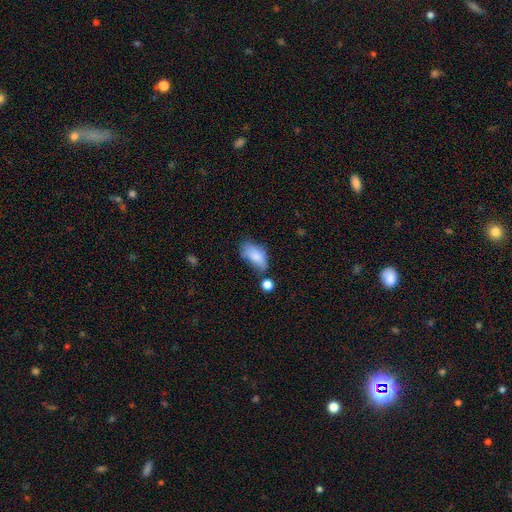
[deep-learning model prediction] Smooth or featured?
  - smooth: 79% *
  - featured or disk: 13%
  - star or artifact: 8%
How rounded?
  - in between: 91% *
  - round: 5%
  - cigar-shaped: 5%
Merging?
  - none: 40% *
  - minor disturbance: 33%
  - major disturbance: 17%
  - merger: 11%